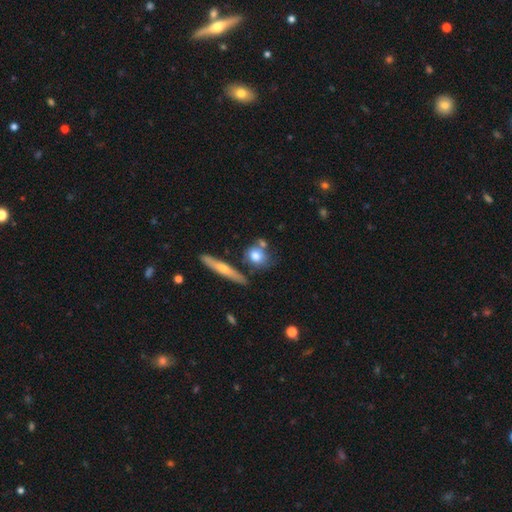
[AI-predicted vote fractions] This appears to be a smooth galaxy with no disk features (69%) that is round (63%). Merging: none (60%).